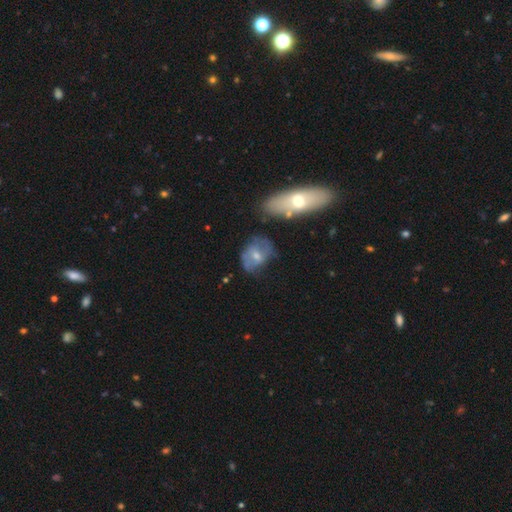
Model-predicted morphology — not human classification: Smooth or featured?
  - featured or disk: 46% *
  - smooth: 45%
  - star or artifact: 8%
Merging?
  - none: 49% *
  - minor disturbance: 28%
  - major disturbance: 17%
  - merger: 6%